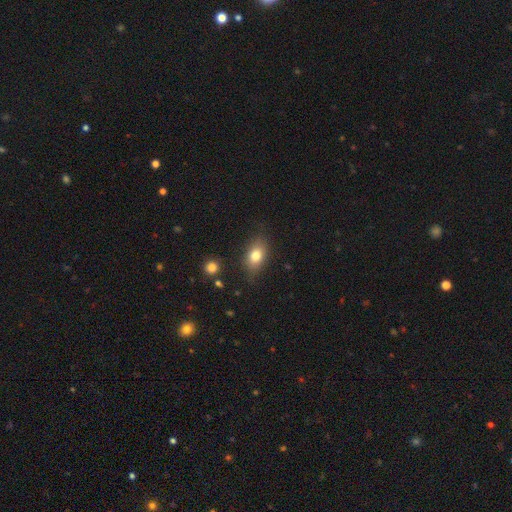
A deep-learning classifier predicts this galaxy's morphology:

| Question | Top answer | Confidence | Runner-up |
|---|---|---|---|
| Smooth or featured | smooth | 77% | featured or disk (13%) |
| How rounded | in between | 82% | round (15%) |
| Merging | none | 79% | minor disturbance (15%) |